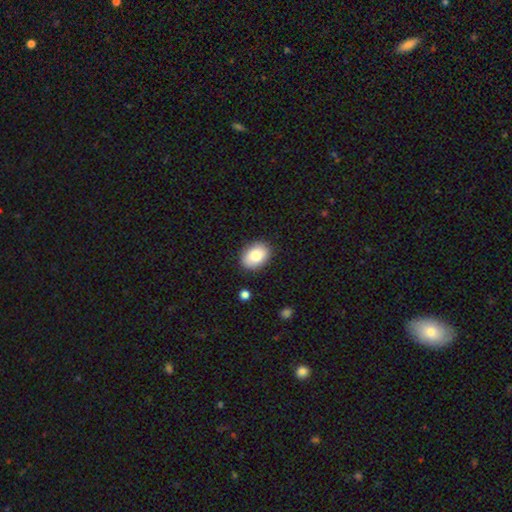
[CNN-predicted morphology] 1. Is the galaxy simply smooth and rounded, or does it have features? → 83% smooth, 10% featured or disk, 7% star or artifact.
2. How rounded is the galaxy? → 78% in between, 21% round, 1% cigar-shaped.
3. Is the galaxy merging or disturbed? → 87% none, 10% minor disturbance, 2% major disturbance, 2% merger.